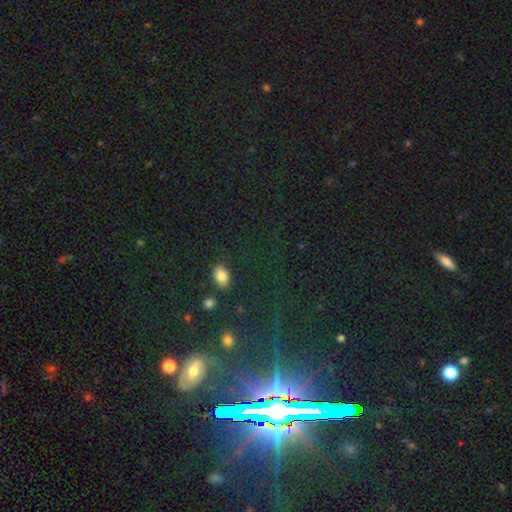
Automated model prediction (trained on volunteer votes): Smooth or featured? Predicted: star or artifact (p=0.77).